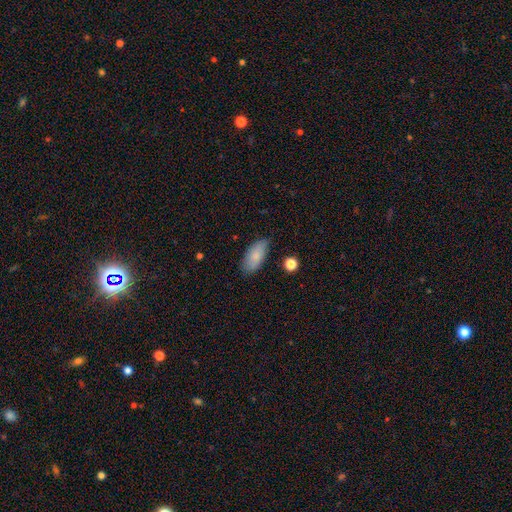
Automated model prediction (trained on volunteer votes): Q: Smooth or featured?
A: smooth (81%); runner-up: featured or disk (12%)
Q: How rounded?
A: in between (91%); runner-up: cigar-shaped (7%)
Q: Merging?
A: none (76%); runner-up: minor disturbance (19%)